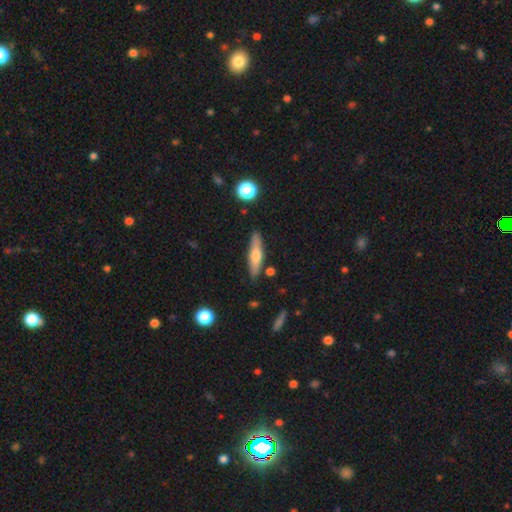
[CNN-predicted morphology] smooth 50%, featured or disk 43%, star or artifact 7%. Down the decision tree: how rounded — cigar-shaped (77%); merging — none (85%).